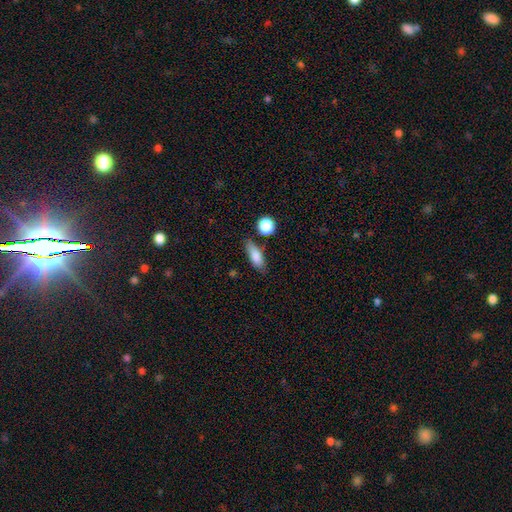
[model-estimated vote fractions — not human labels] smooth_or_featured: smooth (p=0.82) [alt: featured or disk p=0.11]
how_rounded: in between (p=0.70) [alt: cigar-shaped p=0.24]
merging: none (p=0.67) [alt: minor disturbance p=0.21]